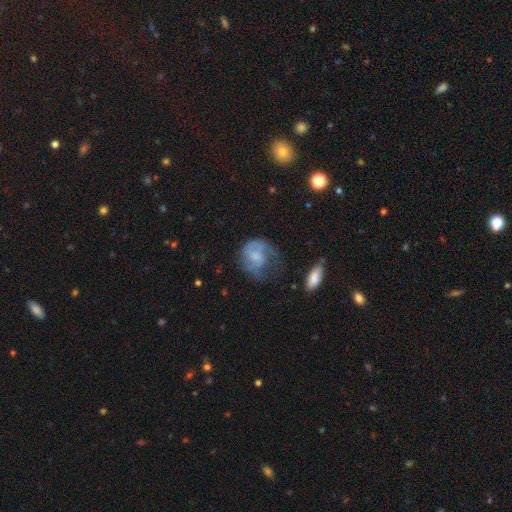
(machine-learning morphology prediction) type=featured or disk (68%); edge-on=no (97%); bar=no (53%); spiral arms=yes (87%); winding=medium (45%); arm count=2 (55%); bulge=moderate (34%, tied with small); merging=none (46%).